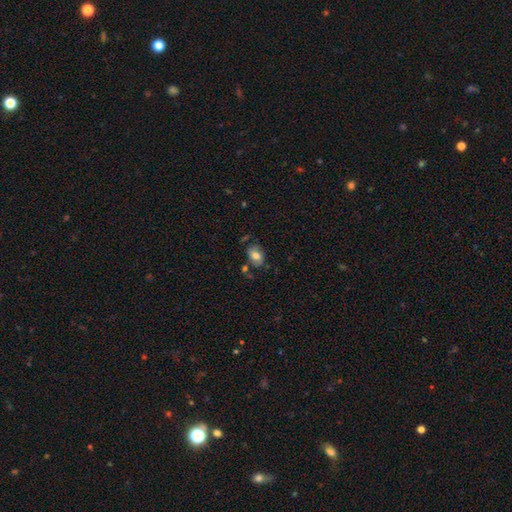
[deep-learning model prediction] Smooth or featured?
  - smooth: 70% *
  - featured or disk: 21%
  - star or artifact: 9%
How rounded?
  - in between: 81% *
  - round: 18%
  - cigar-shaped: 1%
Merging?
  - none: 64% *
  - minor disturbance: 21%
  - merger: 8%
  - major disturbance: 7%